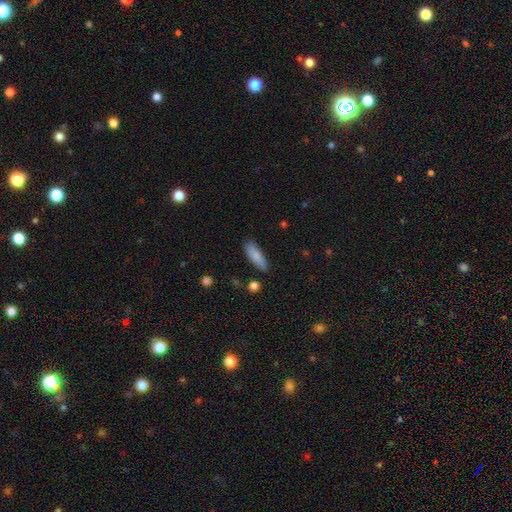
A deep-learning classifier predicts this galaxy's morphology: The model was most divided on "how rounded": in between: 52%, cigar-shaped: 46%, round: 2%. More confident: smooth or featured — smooth (84%); merging — none (81%).